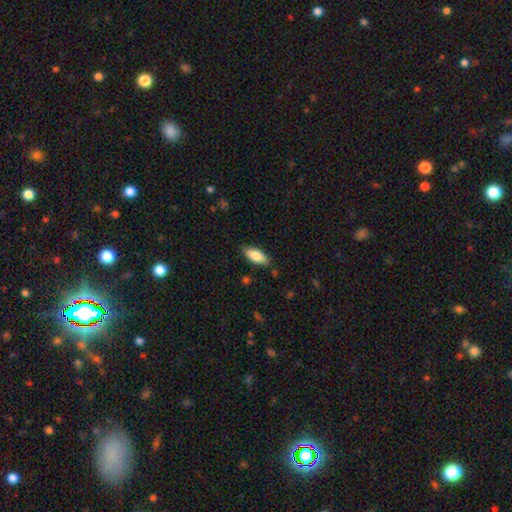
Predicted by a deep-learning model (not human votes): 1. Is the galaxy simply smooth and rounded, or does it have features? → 80% smooth, 14% featured or disk, 6% star or artifact.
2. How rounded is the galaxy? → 80% in between, 18% cigar-shaped, 2% round.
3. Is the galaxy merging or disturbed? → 85% none, 12% minor disturbance, 2% major disturbance, 1% merger.